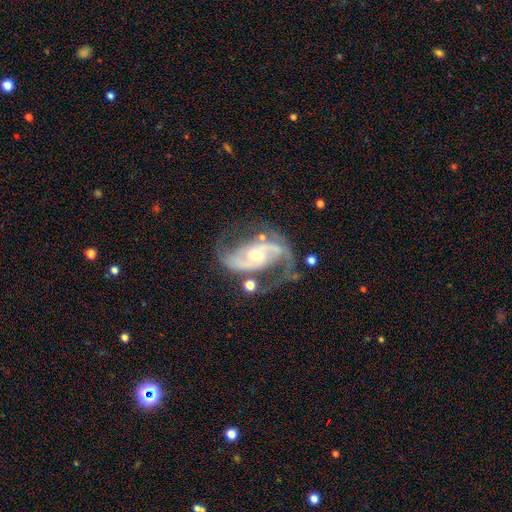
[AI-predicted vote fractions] Smooth or featured? Predicted: featured or disk (p=0.89). Edge-on disk? Predicted: no (p=0.97). Bar? Predicted: no (p=0.39). Spiral arms? Predicted: yes (p=0.96). Spiral winding? Predicted: medium (p=0.49). Spiral arm count? Predicted: 2 (p=0.88). Bulge size? Predicted: small (p=0.50). Merging? Predicted: none (p=0.61).